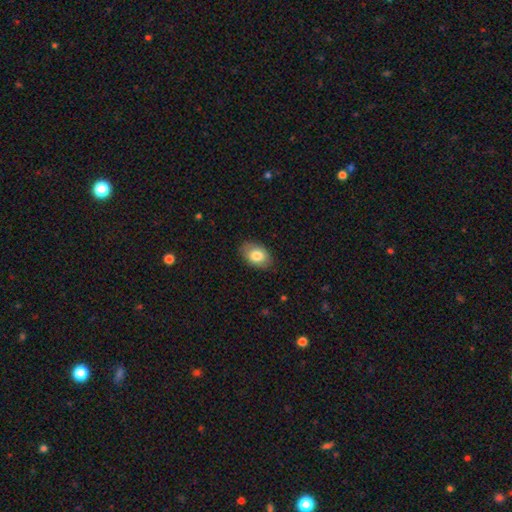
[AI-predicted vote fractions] smooth-or-featured: smooth: 81% | featured or disk: 12% | star or artifact: 7%
  how-rounded: in between: 85% | round: 14% | cigar-shaped: 1%
  merging: none: 83% | minor disturbance: 13% | major disturbance: 3% | merger: 1%